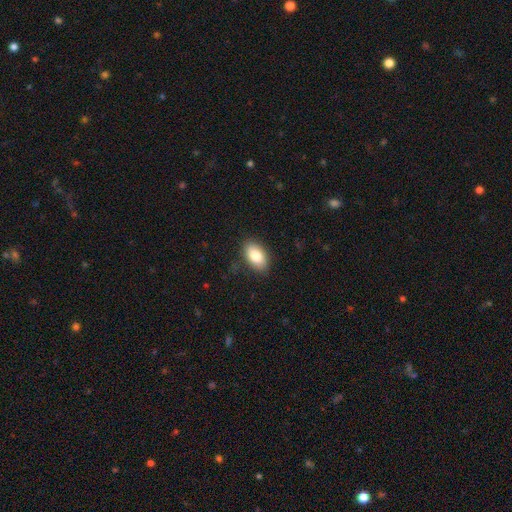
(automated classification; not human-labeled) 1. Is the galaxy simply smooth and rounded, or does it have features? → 83% smooth, 10% featured or disk, 7% star or artifact.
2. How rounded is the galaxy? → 92% in between, 6% round, 2% cigar-shaped.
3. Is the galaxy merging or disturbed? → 85% none, 11% minor disturbance, 3% major disturbance, 1% merger.